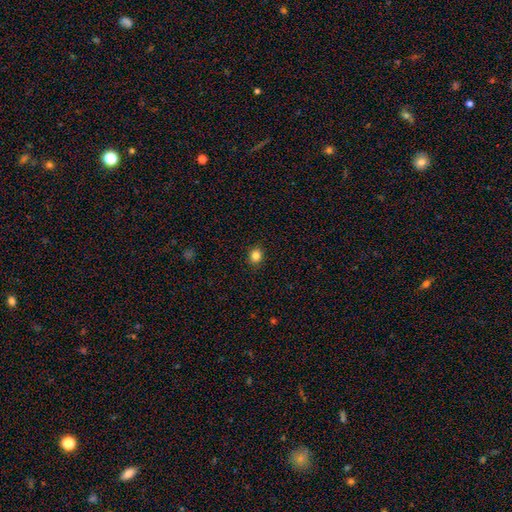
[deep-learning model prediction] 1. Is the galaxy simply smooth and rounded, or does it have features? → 84% smooth, 12% star or artifact, 5% featured or disk.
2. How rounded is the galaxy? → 75% round, 24% in between, 1% cigar-shaped.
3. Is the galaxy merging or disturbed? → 91% none, 6% minor disturbance, 2% major disturbance, 1% merger.